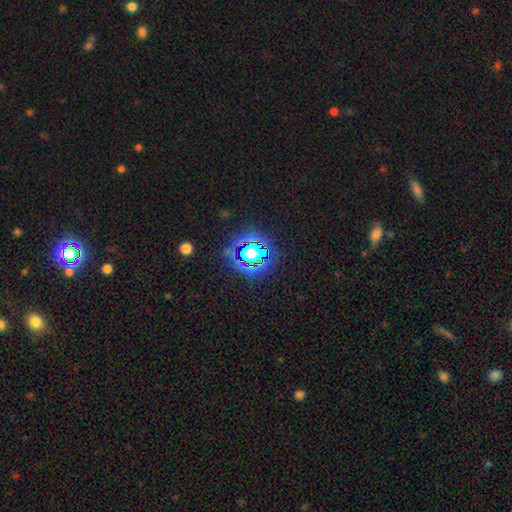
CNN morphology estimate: Smooth or featured? Predicted: star or artifact (p=0.77).